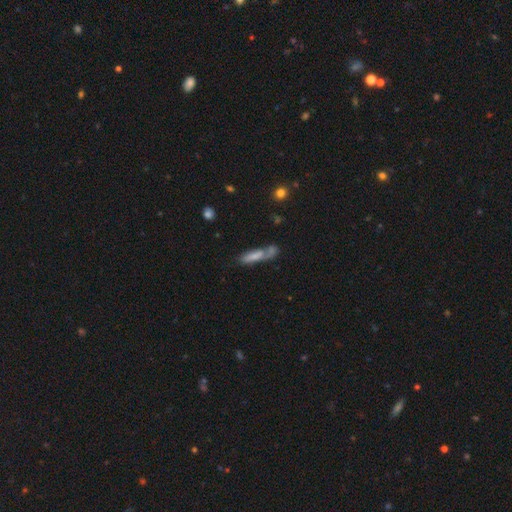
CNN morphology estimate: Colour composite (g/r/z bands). It shows a smooth galaxy with no disk features (65%) that is cigar-shaped (69%). Merging: none (43%).